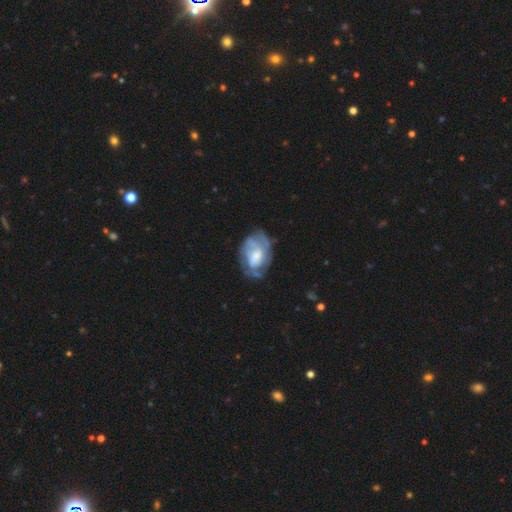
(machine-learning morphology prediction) The model was most divided on "bulge size": moderate: 37%, large: 29%, small: 19%, none: 12%, dominant: 3%. More confident: edge-on disk — no (97%); bar — no (68%); smooth or featured — featured or disk (61%); spiral arms — yes (59%); merging — none (54%).